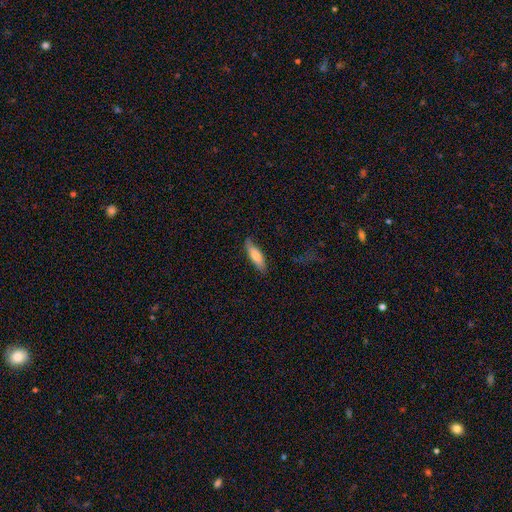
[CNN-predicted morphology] This appears to be a smooth galaxy with no disk features (75%) that is cigar-shaped (55%). Merging: none (75%).